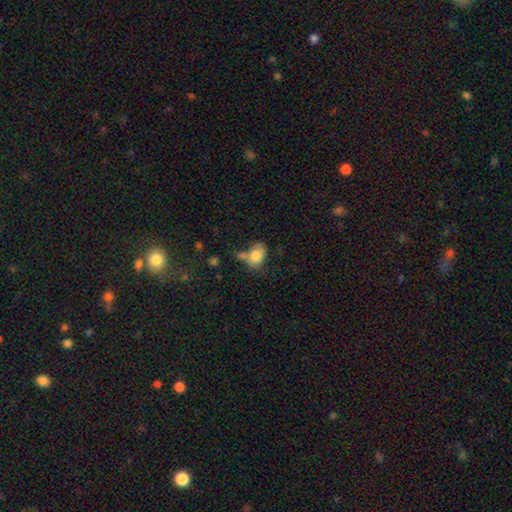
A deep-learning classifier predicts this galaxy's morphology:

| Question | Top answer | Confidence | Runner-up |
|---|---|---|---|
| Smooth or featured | smooth | 78% | featured or disk (14%) |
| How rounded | in between | 67% | round (32%) |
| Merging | none | 37% | merger (25%) |